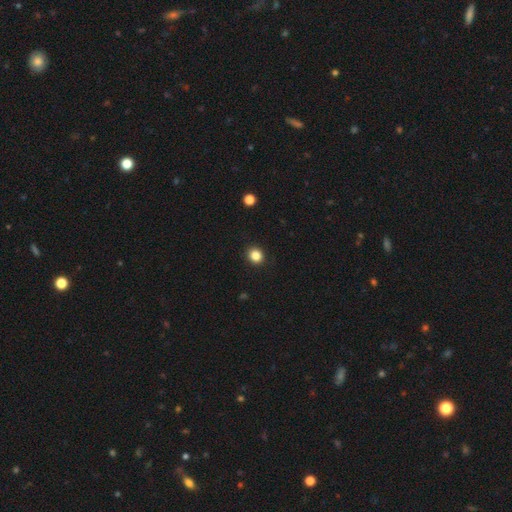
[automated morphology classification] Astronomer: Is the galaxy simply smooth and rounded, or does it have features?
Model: smooth — 85%.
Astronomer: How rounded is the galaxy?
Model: round — 84%.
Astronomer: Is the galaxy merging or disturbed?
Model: none — 92%.